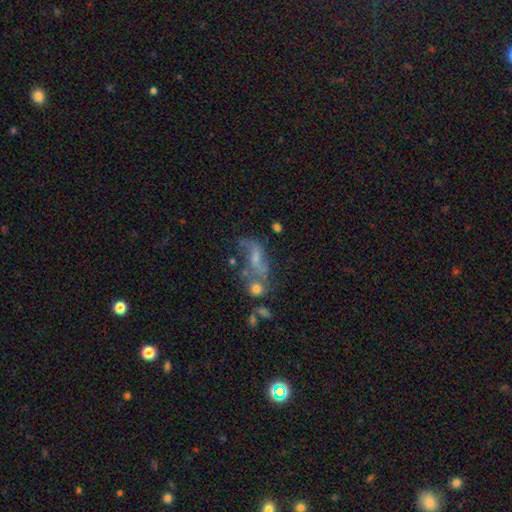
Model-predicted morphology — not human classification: This appears to be a featured or disk galaxy (58%) with no bar (56%), spiral arms (65%) and a small central bulge (38%). Merging: none (32%).